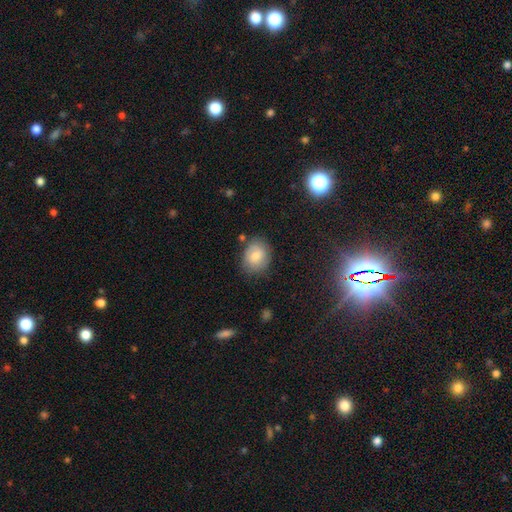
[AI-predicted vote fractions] Smooth or featured? smooth (76%)
How rounded? round (53%)
Merging? none (75%)